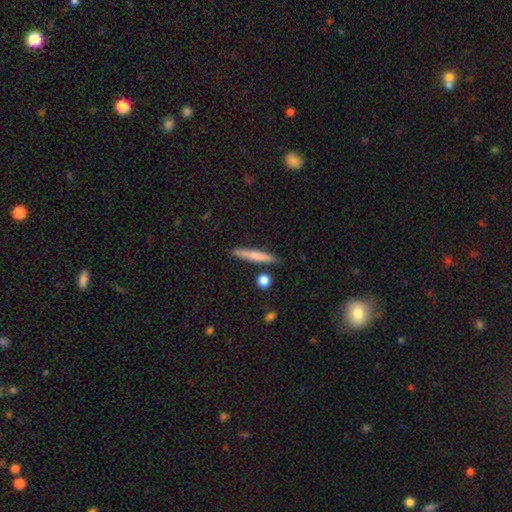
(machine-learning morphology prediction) This is likely a smooth galaxy (69%). How rounded: clearly cigar-shaped (93%). Merging: clearly none (85%).